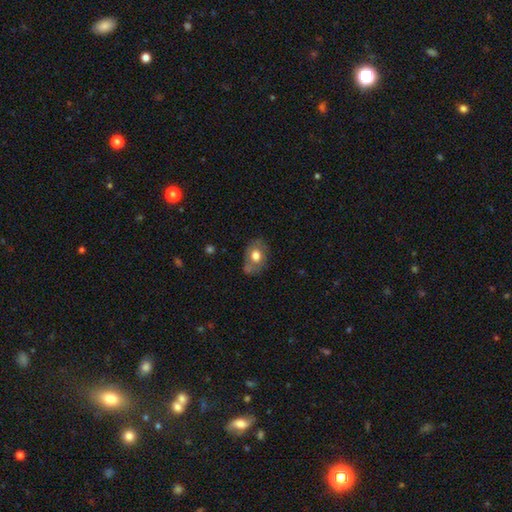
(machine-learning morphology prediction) A smooth galaxy with no disk features (64%) that is in between round and cigar-shaped (70%).

Vote fractions:
- Smooth or featured? smooth: 64% / featured or disk: 28% / star or artifact: 8%
- How rounded? in between: 70% / round: 29% / cigar-shaped: 1%
- Merging? none: 67% / minor disturbance: 22% / major disturbance: 6% / merger: 5%